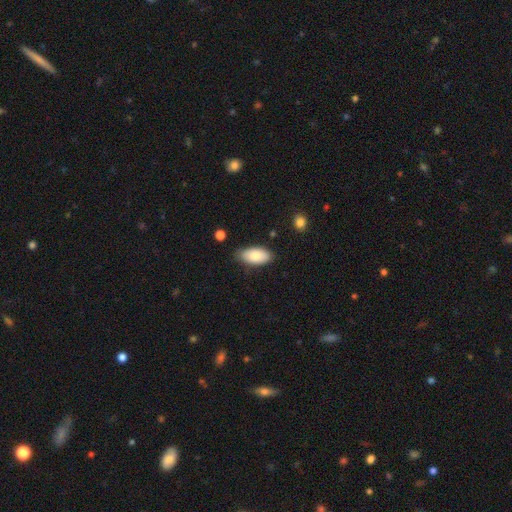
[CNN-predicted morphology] Q: Smooth or featured?
A: smooth (84%); runner-up: featured or disk (10%)
Q: How rounded?
A: in between (94%); runner-up: cigar-shaped (4%)
Q: Merging?
A: none (77%); runner-up: minor disturbance (18%)